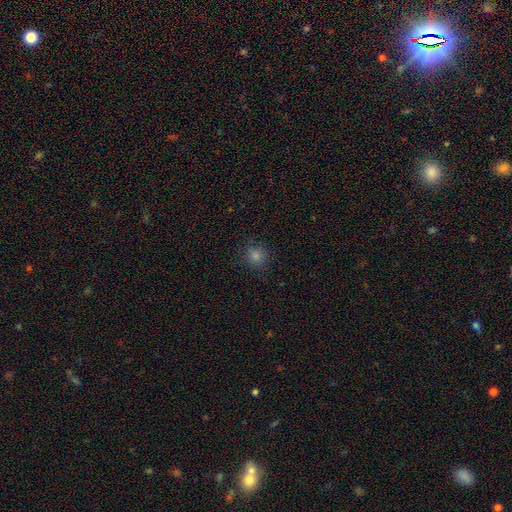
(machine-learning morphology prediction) A smooth galaxy with no disk features (75%) that is round (88%). Merging: none (86%).